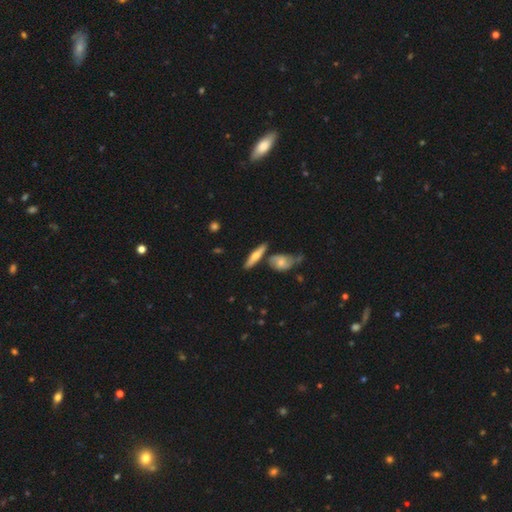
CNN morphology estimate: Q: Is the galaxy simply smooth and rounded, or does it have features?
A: smooth — 47%, tied with featured or disk.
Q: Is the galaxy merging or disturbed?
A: none — 68%.